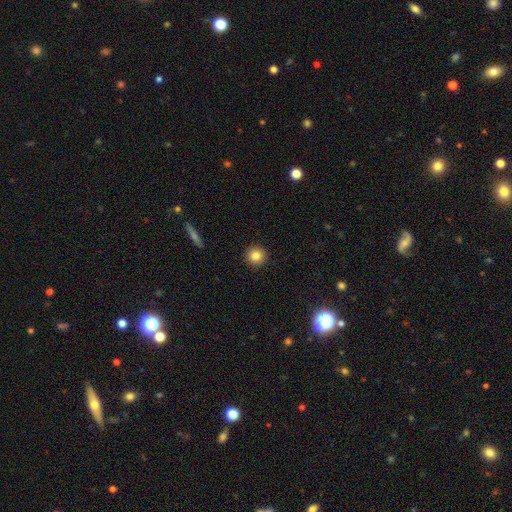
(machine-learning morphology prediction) Q: Smooth or featured?
A: smooth (83%); runner-up: star or artifact (10%)
Q: How rounded?
A: round (95%); runner-up: in between (4%)
Q: Merging?
A: none (93%); runner-up: minor disturbance (4%)